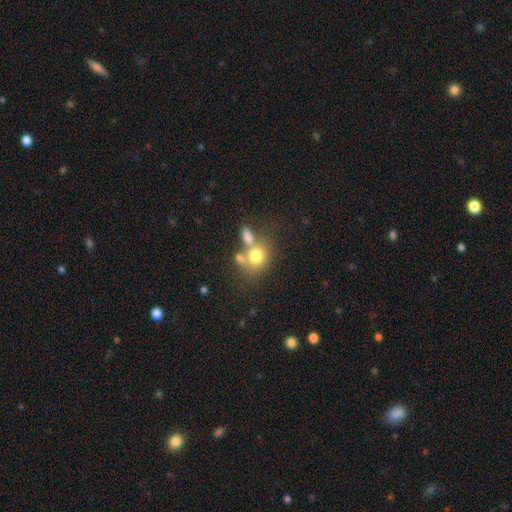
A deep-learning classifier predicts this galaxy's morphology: smooth-or-featured: smooth: 72% | featured or disk: 16% | star or artifact: 12%
  how-rounded: round: 63% | in between: 35% | cigar-shaped: 1%
  merging: none: 43% | merger: 38% | minor disturbance: 11% | major disturbance: 7%